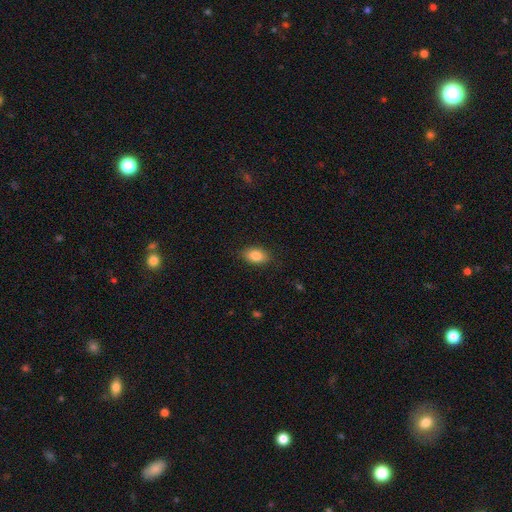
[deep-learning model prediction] The model was most divided on "merging": none: 86%, minor disturbance: 11%, major disturbance: 3%, merger: 1%. More confident: how rounded — in between (88%); smooth or featured — smooth (85%).